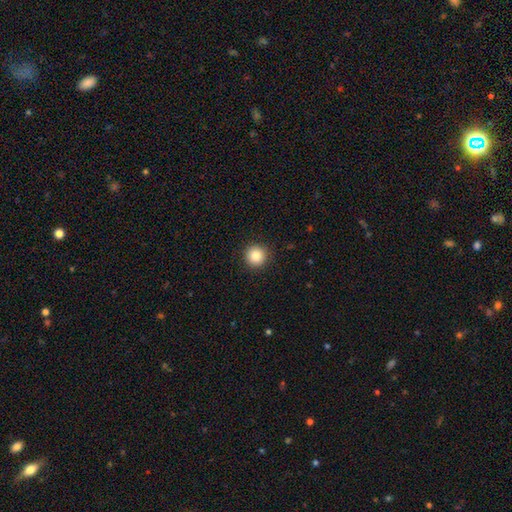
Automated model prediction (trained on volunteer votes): smooth 85%, star or artifact 10%, featured or disk 5%. Down the decision tree: how rounded — round (95%); merging — none (92%).